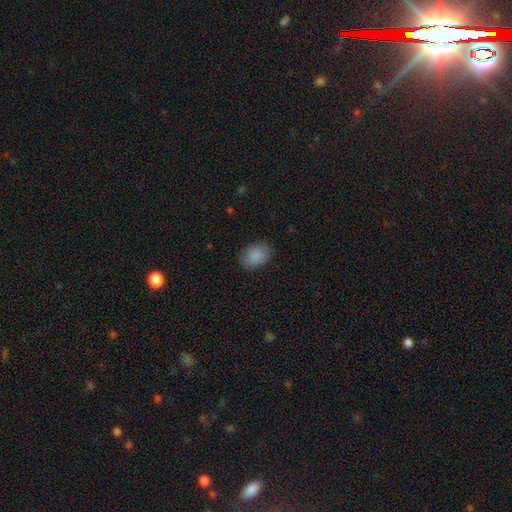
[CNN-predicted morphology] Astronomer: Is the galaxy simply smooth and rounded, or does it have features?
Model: smooth — 88%.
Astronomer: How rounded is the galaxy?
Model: in between — 77%.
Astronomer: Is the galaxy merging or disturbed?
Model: none — 83%.